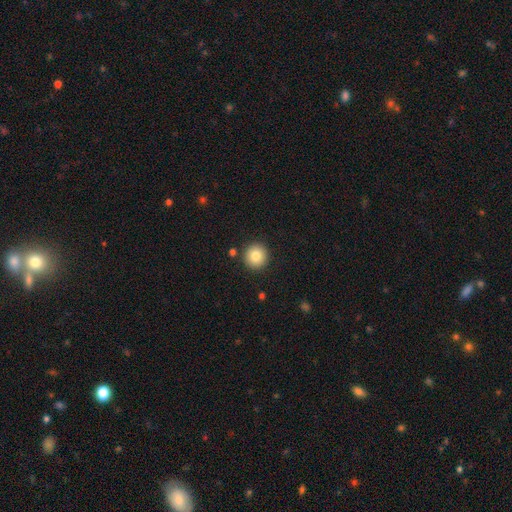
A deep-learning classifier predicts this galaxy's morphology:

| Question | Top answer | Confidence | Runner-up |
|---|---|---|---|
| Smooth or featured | smooth | 82% | star or artifact (10%) |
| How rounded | round | 95% | in between (4%) |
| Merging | none | 90% | minor disturbance (6%) |